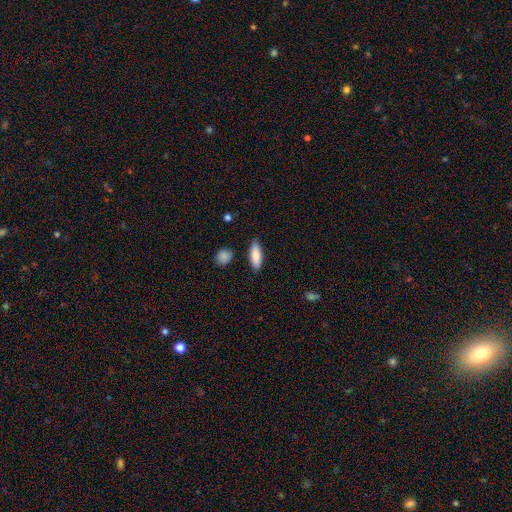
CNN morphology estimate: smooth 83%, featured or disk 11%, star or artifact 6%. Down the decision tree: how rounded — in between (60%); merging — none (85%).